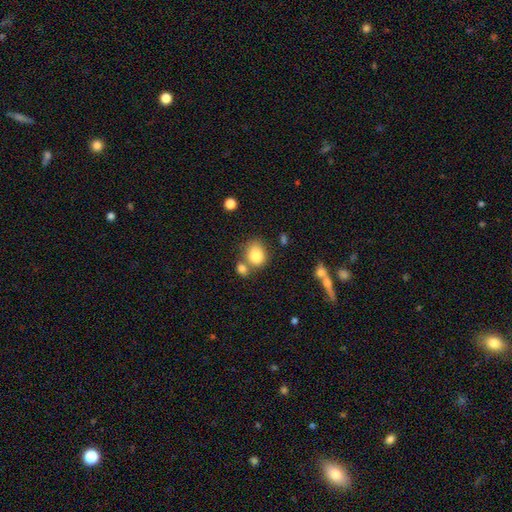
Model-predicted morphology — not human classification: A smooth galaxy with no disk features (82%) that is round (52%).

Vote fractions:
- Smooth or featured? smooth: 82% / star or artifact: 9% / featured or disk: 9%
- How rounded? round: 52% / in between: 47% / cigar-shaped: 1%
- Merging? none: 50% / merger: 31% / minor disturbance: 14% / major disturbance: 5%